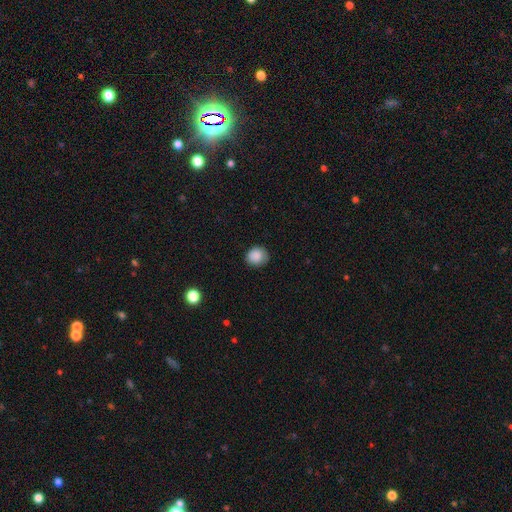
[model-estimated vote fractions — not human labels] A smooth galaxy with no disk features (88%) that is round (76%).

Vote fractions:
- Smooth or featured? smooth: 88% / star or artifact: 9% / featured or disk: 4%
- How rounded? round: 76% / in between: 24% / cigar-shaped: 1%
- Merging? none: 79% / minor disturbance: 17% / major disturbance: 3% / merger: 1%